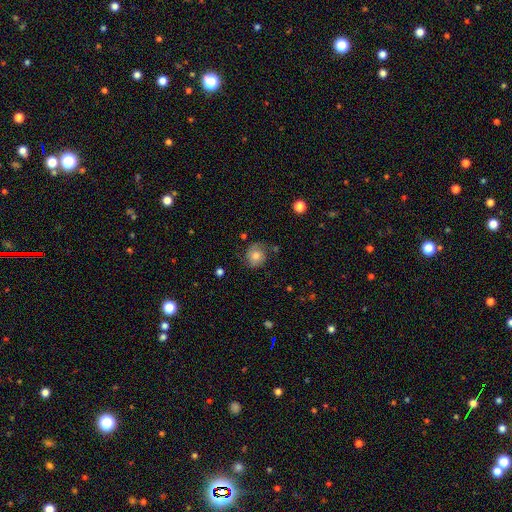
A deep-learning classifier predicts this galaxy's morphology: The model was most divided on "smooth or featured": smooth: 57%, featured or disk: 33%, star or artifact: 10%. More confident: how rounded — round (76%); merging — none (66%).